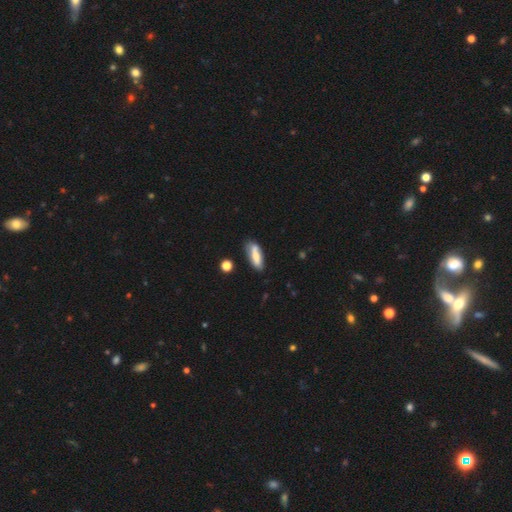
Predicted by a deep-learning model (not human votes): Overall: smooth (63%; featured or disk 30%). How rounded: in between (54%; cigar-shaped 44%). Merging: none (66%).